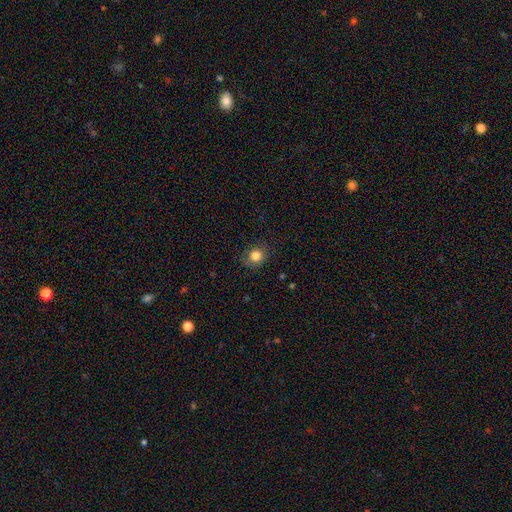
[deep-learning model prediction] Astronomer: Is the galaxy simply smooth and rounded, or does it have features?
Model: smooth — 83%.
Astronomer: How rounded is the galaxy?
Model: round — 79%.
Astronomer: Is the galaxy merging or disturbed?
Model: none — 84%.